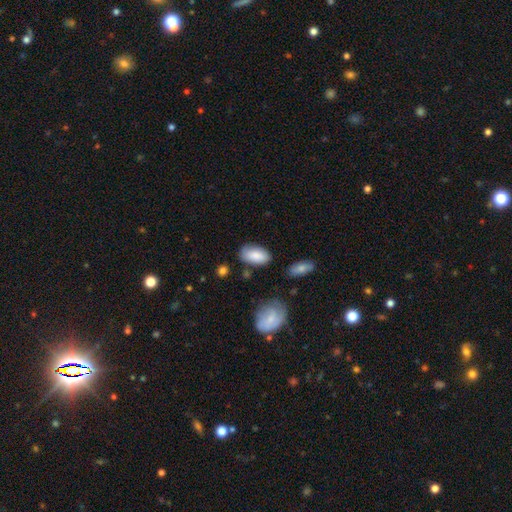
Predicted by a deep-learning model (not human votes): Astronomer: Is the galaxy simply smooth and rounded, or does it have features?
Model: smooth — 83%.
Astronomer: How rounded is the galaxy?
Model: in between — 94%.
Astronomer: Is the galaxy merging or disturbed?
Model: none — 71%.